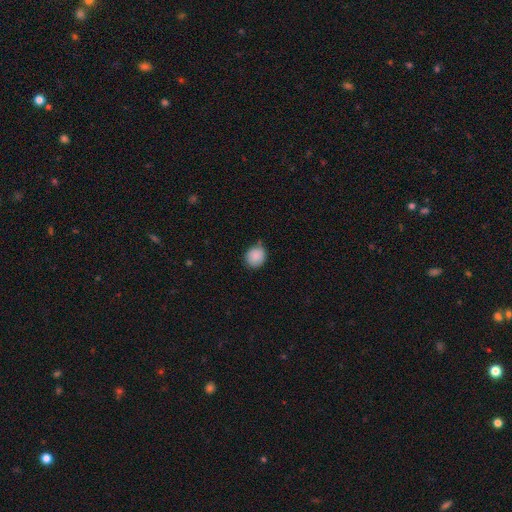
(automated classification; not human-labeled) A smooth galaxy with no disk features (88%) that is round (78%).

Vote fractions:
- Smooth or featured? smooth: 88% / star or artifact: 8% / featured or disk: 5%
- How rounded? round: 78% / in between: 21% / cigar-shaped: 1%
- Merging? none: 67% / minor disturbance: 27% / major disturbance: 4% / merger: 2%